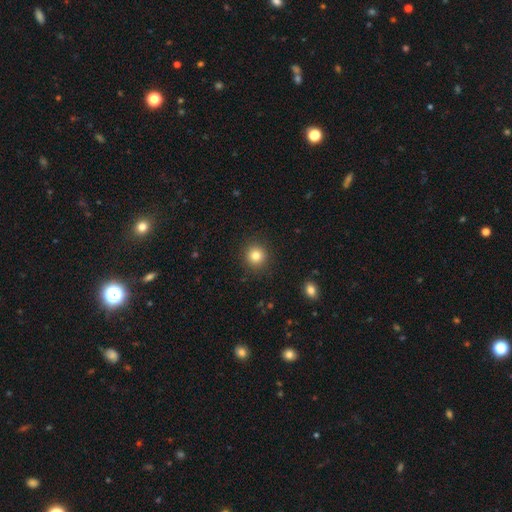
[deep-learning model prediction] The model was most divided on "smooth or featured": smooth: 82%, star or artifact: 11%, featured or disk: 7%. More confident: how rounded — round (92%); merging — none (90%).